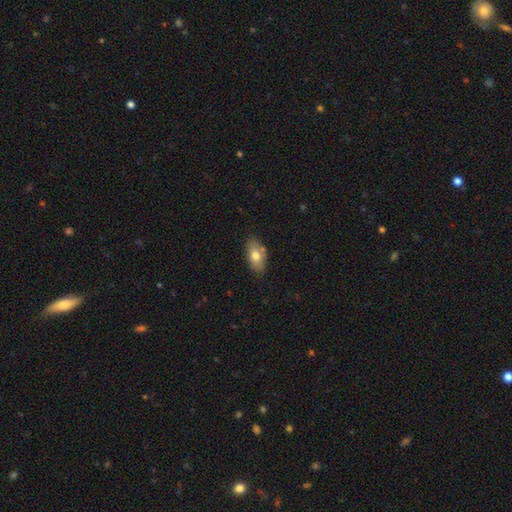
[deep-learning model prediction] Smooth or featured: smooth — 74% (featured or disk — 19%)
How rounded: in between — 91% (round — 5%)
Merging: none — 78% (minor disturbance — 15%)